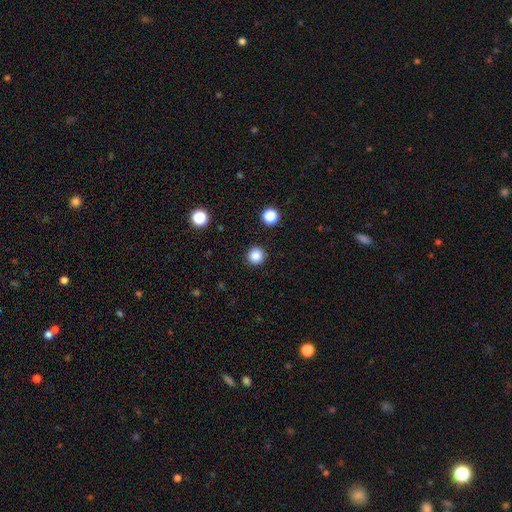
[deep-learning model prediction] Overall: smooth (85%). How rounded: round (96%). Merging: none (92%).